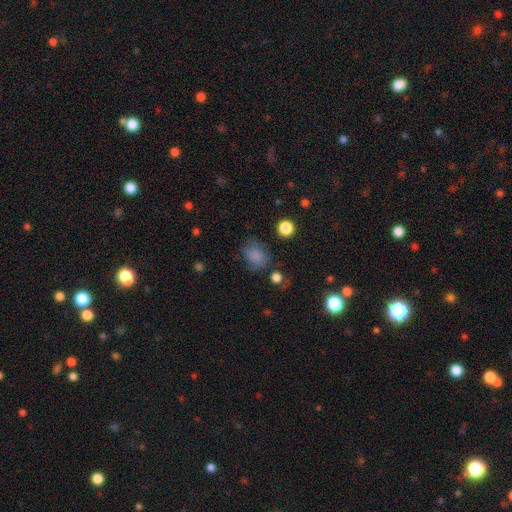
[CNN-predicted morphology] Smooth or featured: smooth — 80% (star or artifact — 13%)
How rounded: in between — 56% (round — 43%)
Merging: none — 65% (minor disturbance — 22%)